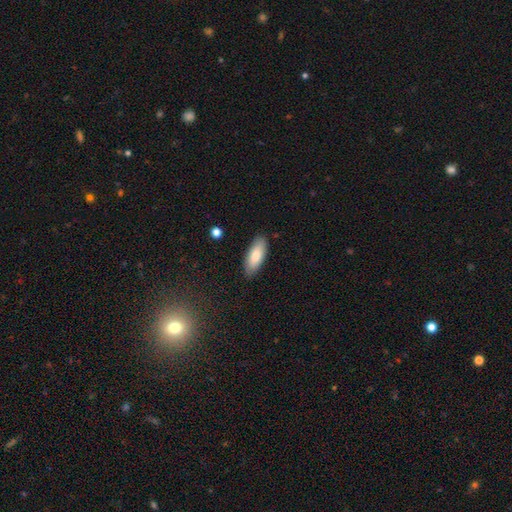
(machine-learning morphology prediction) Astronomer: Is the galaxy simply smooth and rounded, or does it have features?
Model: smooth — 81%.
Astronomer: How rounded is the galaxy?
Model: in between — 78%.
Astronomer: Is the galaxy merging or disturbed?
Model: none — 86%.